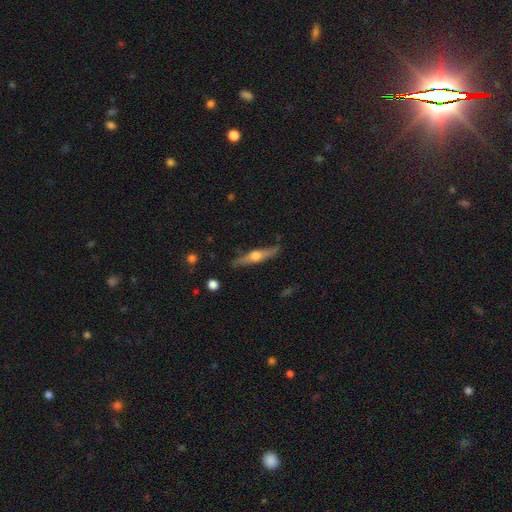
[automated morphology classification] A featured or disk galaxy (69%) viewed edge-on (95%) with a rounded central bulge (94%). Merging: none (85%).